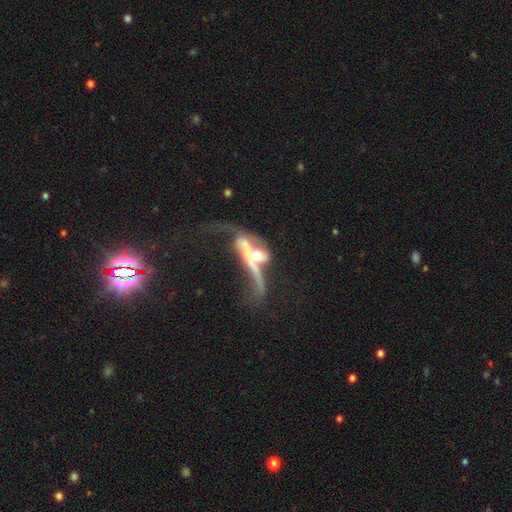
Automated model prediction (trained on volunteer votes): Smooth or featured: featured or disk — 67% (smooth — 24%)
Edge-on disk: no — 67% (yes — 33%)
Merging: merger — 45% (major disturbance — 34%)